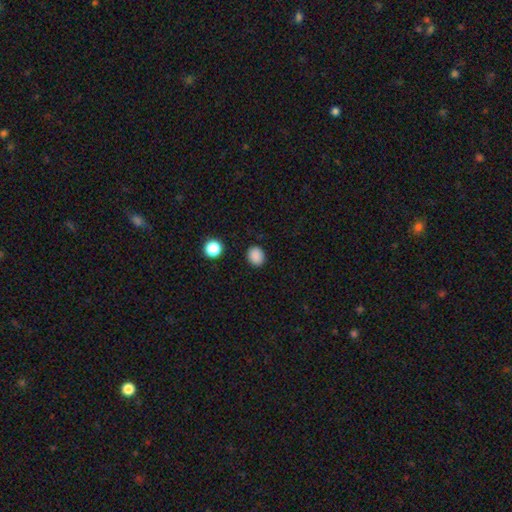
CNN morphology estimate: Smooth or featured: smooth — 87% (star or artifact — 10%)
How rounded: round — 61% (in between — 38%)
Merging: none — 89% (minor disturbance — 7%)